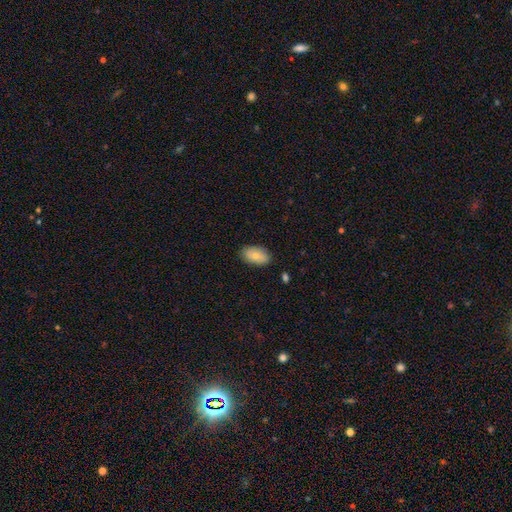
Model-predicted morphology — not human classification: The model was most divided on "smooth or featured": smooth: 77%, featured or disk: 17%, star or artifact: 7%. More confident: how rounded — in between (93%); merging — none (84%).